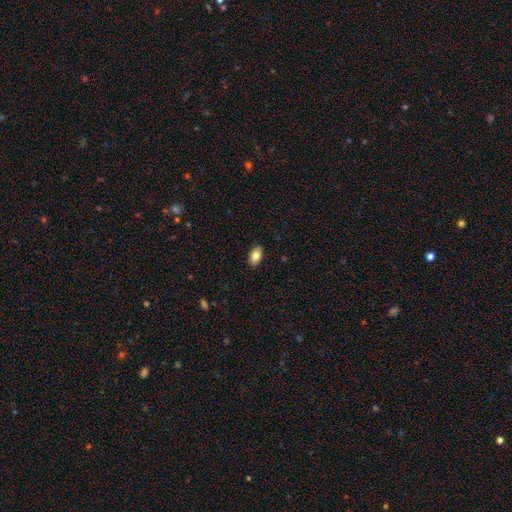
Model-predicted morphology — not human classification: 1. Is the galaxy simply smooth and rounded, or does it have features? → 82% smooth, 11% featured or disk, 7% star or artifact.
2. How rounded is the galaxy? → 93% in between, 4% round, 3% cigar-shaped.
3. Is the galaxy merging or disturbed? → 89% none, 8% minor disturbance, 2% major disturbance, 1% merger.